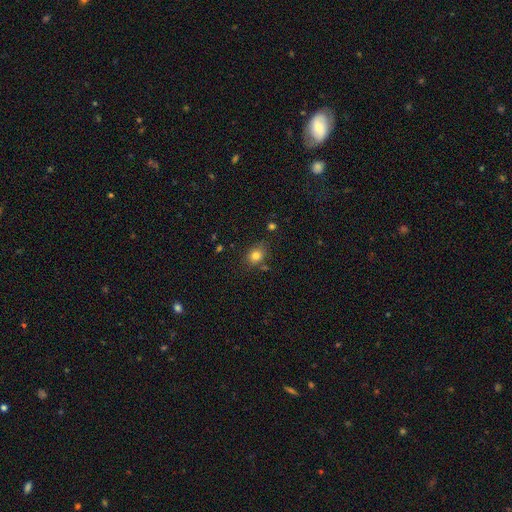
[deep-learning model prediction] Q: Smooth or featured?
A: smooth (80%); runner-up: star or artifact (12%)
Q: How rounded?
A: round (56%); runner-up: in between (43%)
Q: Merging?
A: none (73%); runner-up: minor disturbance (18%)